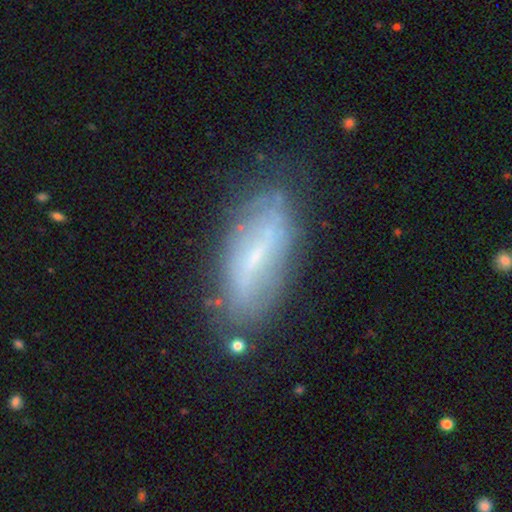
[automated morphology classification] This appears to be a featured or disk galaxy (54%). Merging: none (70%).